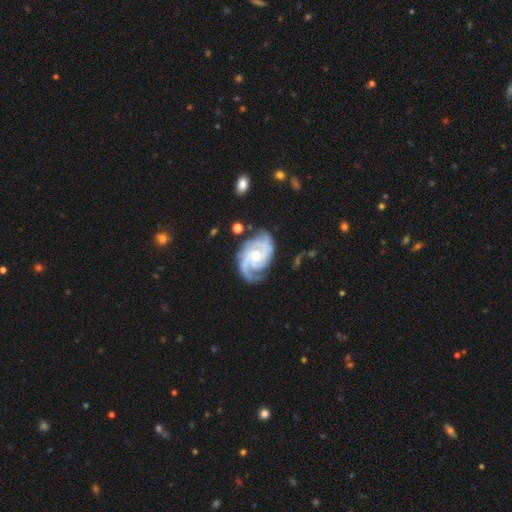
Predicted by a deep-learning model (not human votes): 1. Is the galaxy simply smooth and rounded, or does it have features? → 93% featured or disk, 4% smooth, 4% star or artifact.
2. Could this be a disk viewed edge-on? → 98% no, 2% yes.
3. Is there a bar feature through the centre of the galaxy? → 63% no, 30% weak, 7% strong.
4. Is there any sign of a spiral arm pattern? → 98% yes, 2% no.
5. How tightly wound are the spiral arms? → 52% tight, 40% medium, 8% loose.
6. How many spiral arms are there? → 39% 3, 35% 2, 9% can't tell, 7% 4, 5% 1, 5% more than 4.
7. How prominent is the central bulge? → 53% moderate, 43% small, 2% large, 1% none, 1% dominant.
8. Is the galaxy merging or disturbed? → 72% none, 19% minor disturbance, 7% major disturbance, 2% merger.